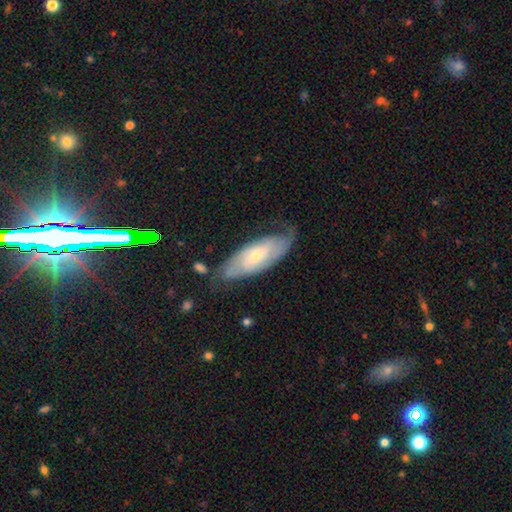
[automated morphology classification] Q: Smooth or featured?
A: featured or disk (62%); runner-up: smooth (32%)
Q: Edge-on disk?
A: no (84%); runner-up: yes (16%)
Q: Bar?
A: no (62%); runner-up: weak (31%)
Q: Spiral arms?
A: yes (84%); runner-up: no (16%)
Q: Bulge size?
A: small (60%); runner-up: moderate (34%)
Q: Merging?
A: none (60%); runner-up: minor disturbance (27%)